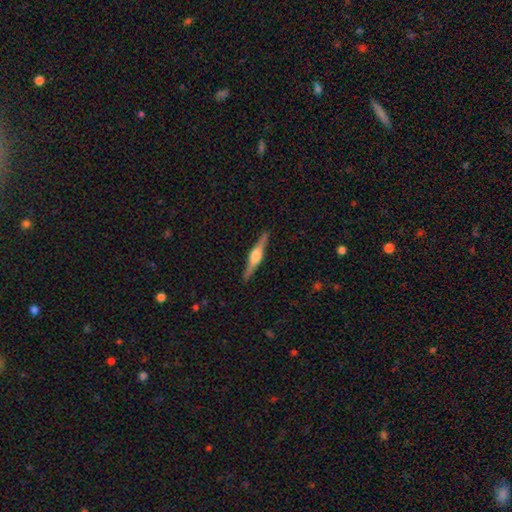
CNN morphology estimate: This appears to be a featured or disk galaxy (79%) viewed edge-on (98%) with a rounded central bulge (91%). Merging: none (92%).